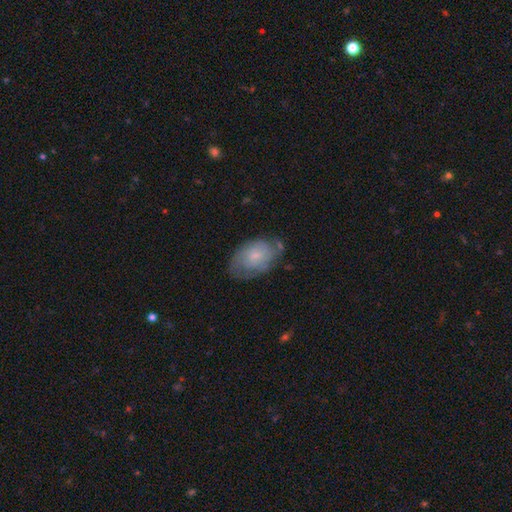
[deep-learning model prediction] featured or disk 48%, smooth 45%, star or artifact 7%. Down the decision tree: merging — none (56%).